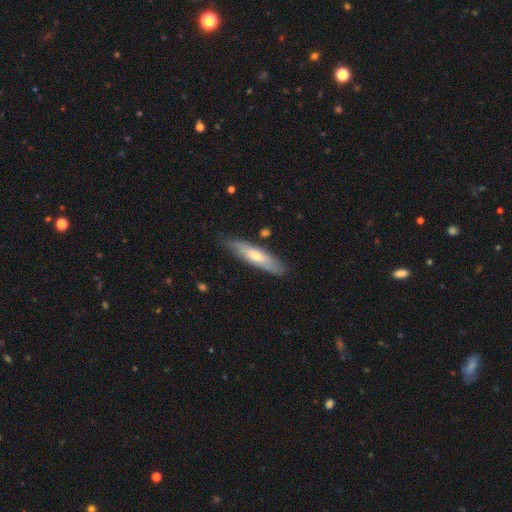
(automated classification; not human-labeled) Smooth or featured? Predicted: smooth (p=0.54). How rounded? Predicted: cigar-shaped (p=0.75). Merging? Predicted: none (p=0.82).